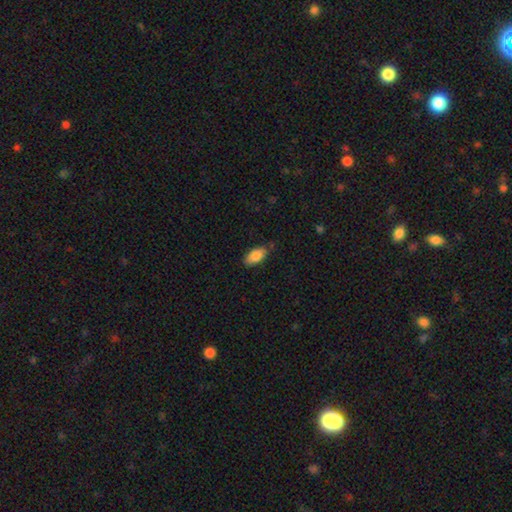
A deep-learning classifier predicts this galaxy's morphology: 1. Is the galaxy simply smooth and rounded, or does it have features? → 87% smooth, 7% featured or disk, 7% star or artifact.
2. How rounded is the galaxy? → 92% in between, 6% cigar-shaped, 3% round.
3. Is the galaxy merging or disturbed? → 74% none, 20% minor disturbance, 4% major disturbance, 2% merger.